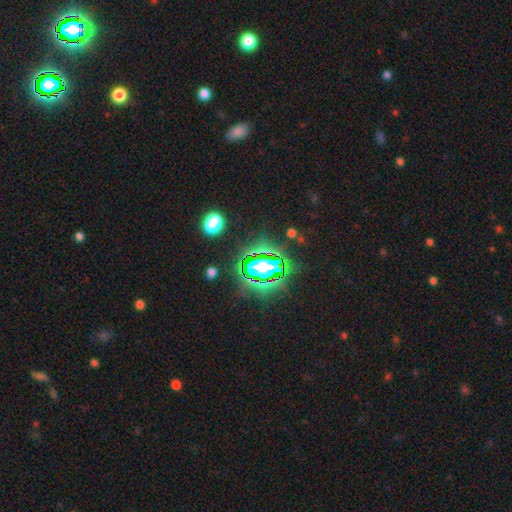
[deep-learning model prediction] Smooth or featured? star or artifact (85%)